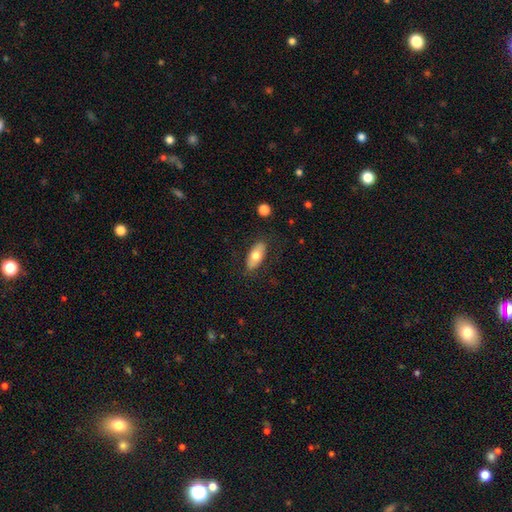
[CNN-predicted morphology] smooth_or_featured: smooth (p=0.67) [alt: featured or disk p=0.27]
how_rounded: in between (p=0.87) [alt: cigar-shaped p=0.10]
merging: none (p=0.83) [alt: minor disturbance p=0.12]